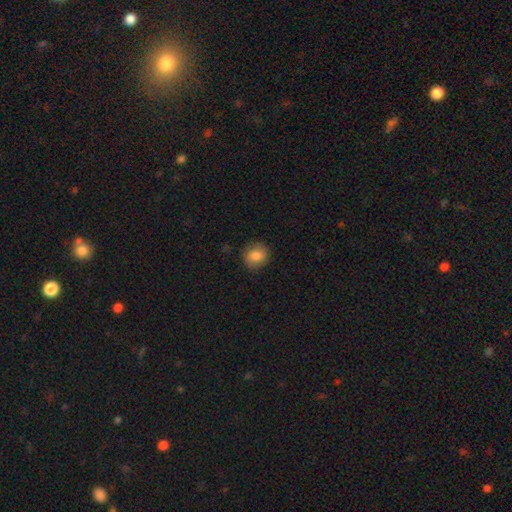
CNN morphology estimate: A smooth galaxy with no disk features (84%) that is round (82%). Merging: none (86%).